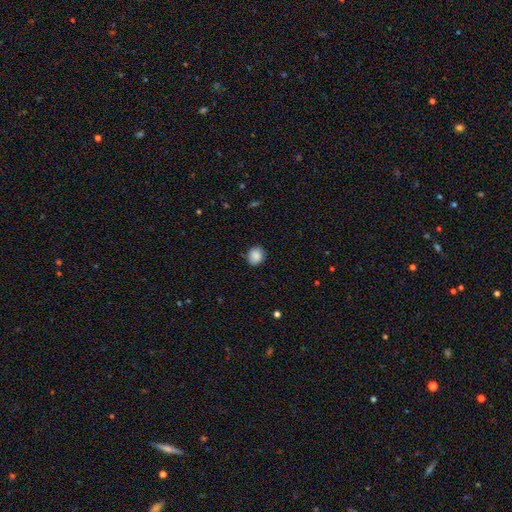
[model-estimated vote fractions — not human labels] The model was most divided on "how rounded": round: 77%, in between: 22%, cigar-shaped: 1%. More confident: smooth or featured — smooth (88%); merging — none (85%).